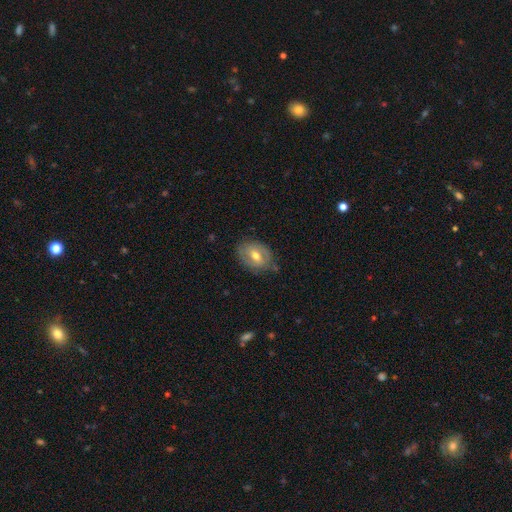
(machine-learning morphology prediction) smooth_or_featured: featured or disk (p=0.50) [alt: smooth p=0.43]
merging: none (p=0.71) [alt: minor disturbance p=0.21]